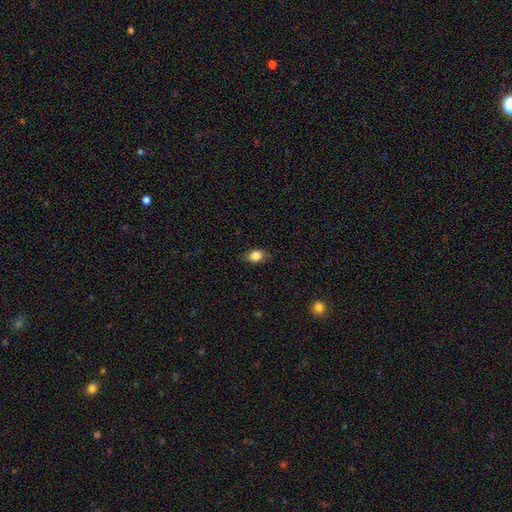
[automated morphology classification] type=smooth (82%); roundness=in between (64%); merging=none (81%).